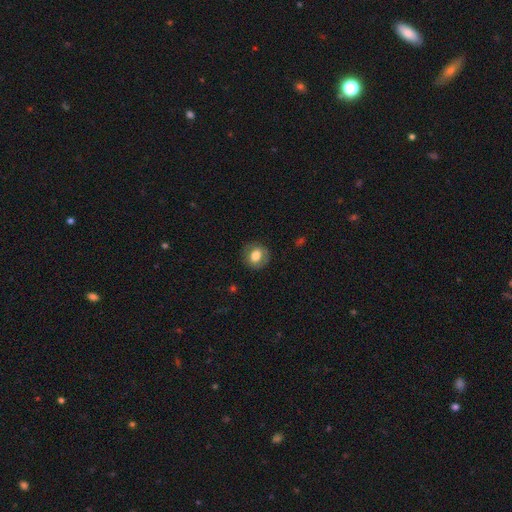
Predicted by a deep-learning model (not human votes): Q: Smooth or featured?
A: smooth (68%); runner-up: featured or disk (24%)
Q: How rounded?
A: round (71%); runner-up: in between (28%)
Q: Merging?
A: none (81%); runner-up: minor disturbance (13%)